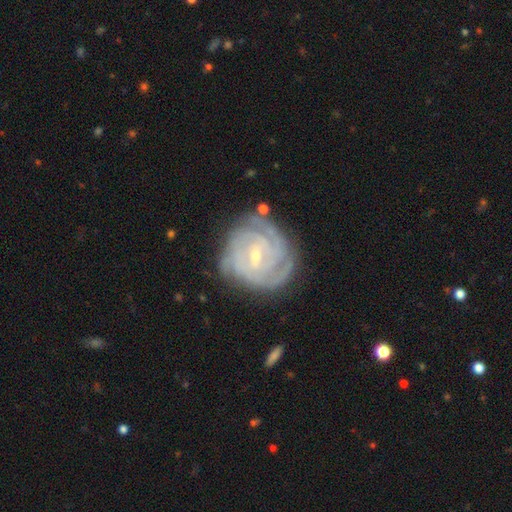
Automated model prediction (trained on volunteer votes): Morphology: type=featured or disk (87%); edge-on=no (97%); bar=weak (51%); spiral arms=yes (97%); winding=tight (79%); arm count=can't tell (26%); bulge=small (71%); merging=none (74%).